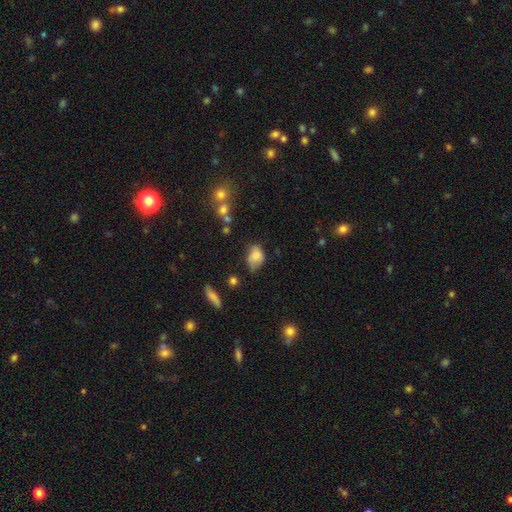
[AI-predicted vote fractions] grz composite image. It shows a smooth galaxy with no disk features (78%) that is in between round and cigar-shaped (73%). Merging: none (42%).